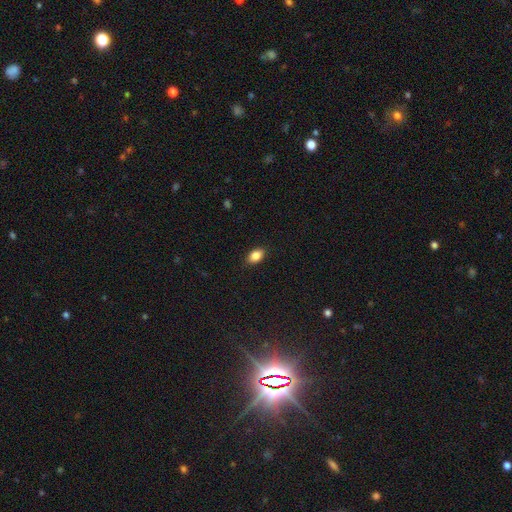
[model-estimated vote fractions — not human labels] Q: Smooth or featured?
A: smooth (86%); runner-up: star or artifact (8%)
Q: How rounded?
A: in between (87%); runner-up: round (10%)
Q: Merging?
A: none (87%); runner-up: minor disturbance (10%)